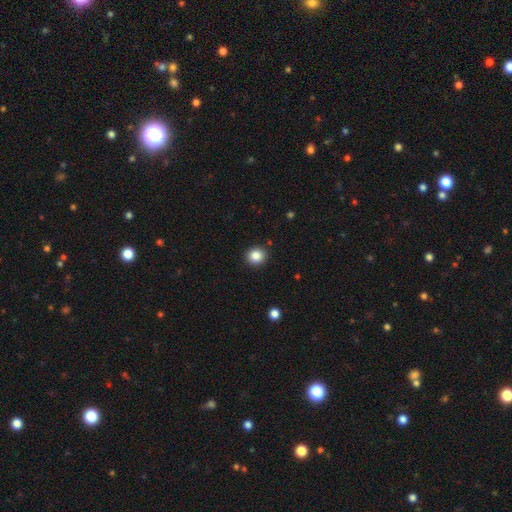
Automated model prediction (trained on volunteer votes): Smooth or featured?
  - smooth: 85% *
  - star or artifact: 10%
  - featured or disk: 5%
How rounded?
  - round: 88% *
  - in between: 11%
  - cigar-shaped: 1%
Merging?
  - none: 91% *
  - minor disturbance: 6%
  - major disturbance: 2%
  - merger: 1%